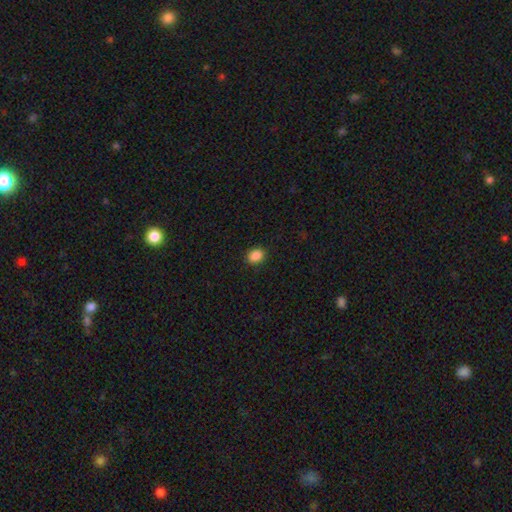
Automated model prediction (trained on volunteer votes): smooth 88%, star or artifact 9%, featured or disk 3%. Down the decision tree: how rounded — in between (59%); merging — none (89%).